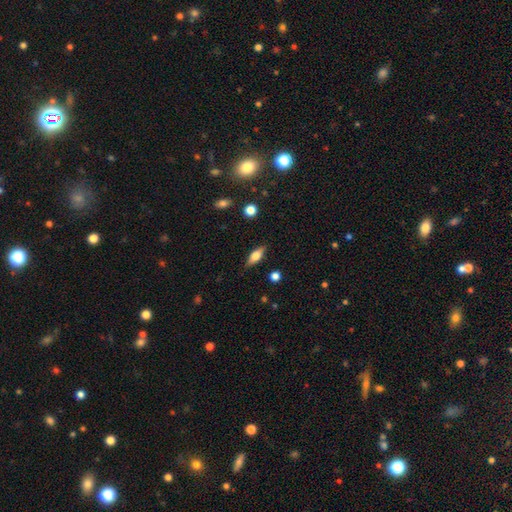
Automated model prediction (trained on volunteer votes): Morphology: type=smooth (50%); merging=none (86%).